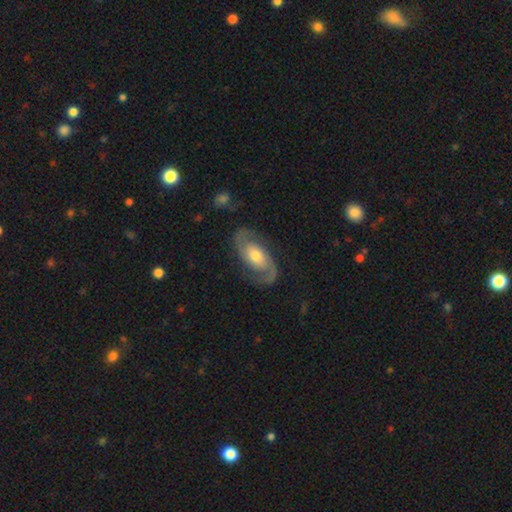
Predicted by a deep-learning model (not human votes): smooth-or-featured: featured or disk: 87% | smooth: 8% | star or artifact: 5%
  disk-edge-on: no: 97% | yes: 3%
    bar: no: 58% | weak: 32% | strong: 9%
    has-spiral-arms: yes: 97% | no: 3%
      spiral-winding: medium: 52% | tight: 27% | loose: 21%
      spiral-arm-count: 2: 93% | can't tell: 3% | 1: 1% | 3: 1% | 4: 1% | more than 4: 1%
    bulge-size: moderate: 67% | small: 18% | large: 12% | none: 2% | dominant: 1%
  merging: none: 82% | minor disturbance: 12% | major disturbance: 5% | merger: 1%